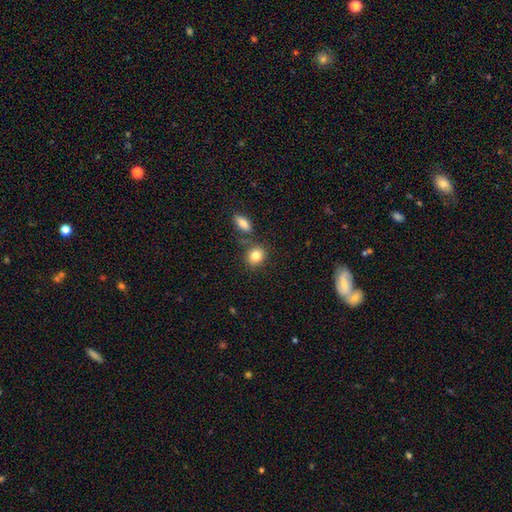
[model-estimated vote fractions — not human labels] This appears to be a smooth galaxy with no disk features (83%) that is round (68%). Merging: none (69%).